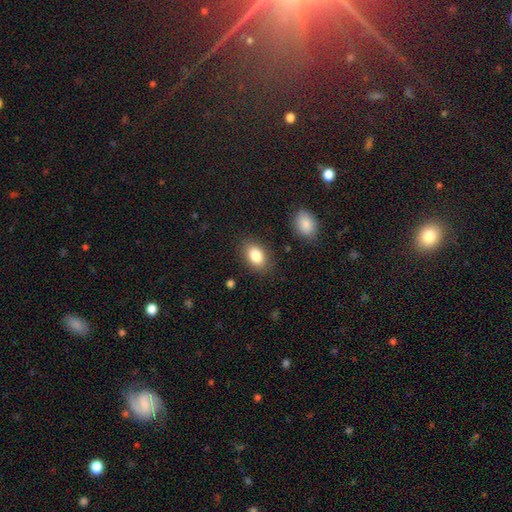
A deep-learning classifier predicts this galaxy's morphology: type=smooth (84%); roundness=in between (86%); merging=none (84%).